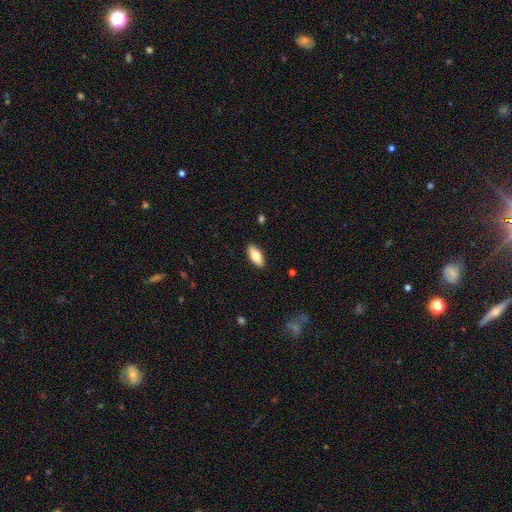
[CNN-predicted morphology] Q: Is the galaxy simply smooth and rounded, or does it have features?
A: smooth — 75%.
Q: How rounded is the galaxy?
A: in between — 86%.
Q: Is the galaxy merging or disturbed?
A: none — 89%.